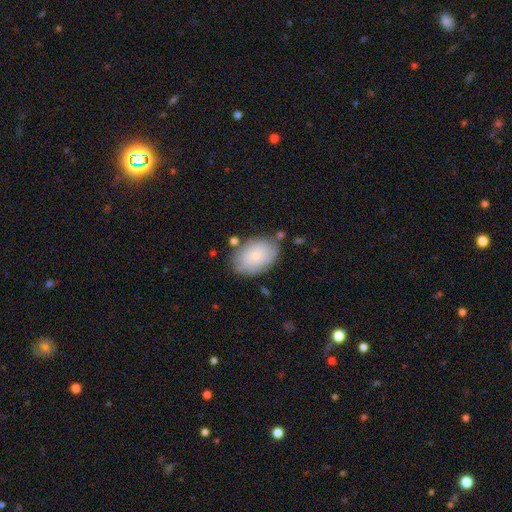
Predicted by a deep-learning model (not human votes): Smooth or featured?
  - smooth: 66% *
  - featured or disk: 27%
  - star or artifact: 7%
How rounded?
  - in between: 85% *
  - round: 14%
  - cigar-shaped: 1%
Merging?
  - none: 70% *
  - minor disturbance: 20%
  - major disturbance: 5%
  - merger: 4%